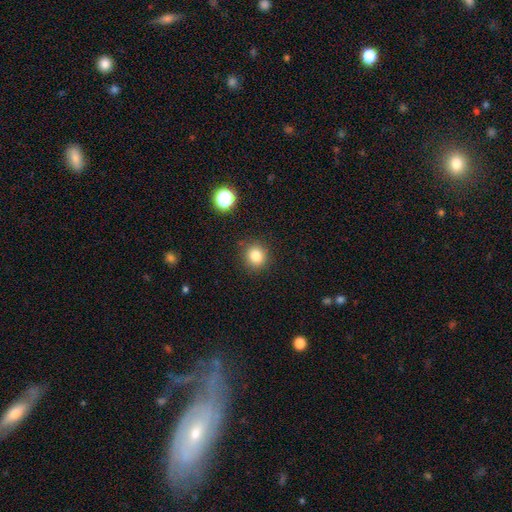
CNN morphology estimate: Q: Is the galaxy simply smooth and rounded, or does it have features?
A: smooth — 83%.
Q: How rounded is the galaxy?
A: round — 89%.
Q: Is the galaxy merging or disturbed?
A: none — 88%.